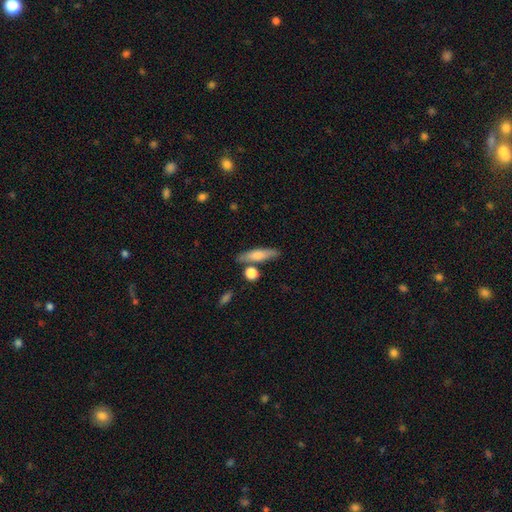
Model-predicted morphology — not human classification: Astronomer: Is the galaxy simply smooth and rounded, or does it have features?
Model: smooth — 60%.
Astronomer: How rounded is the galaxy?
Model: cigar-shaped — 72%.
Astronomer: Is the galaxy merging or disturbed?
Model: none — 78%.